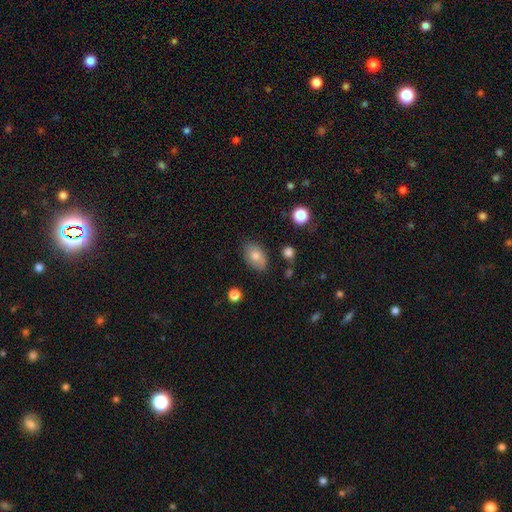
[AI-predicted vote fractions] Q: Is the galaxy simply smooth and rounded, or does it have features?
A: smooth — 77%.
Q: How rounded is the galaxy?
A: in between — 88%.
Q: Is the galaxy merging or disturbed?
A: none — 78%.